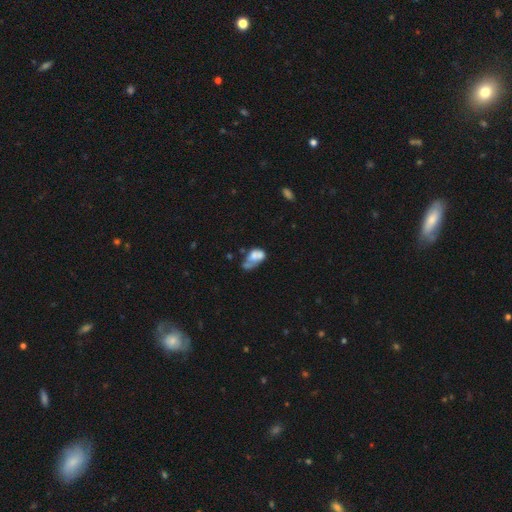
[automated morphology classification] Smooth or featured? smooth (49%)
Merging? merger (40%)